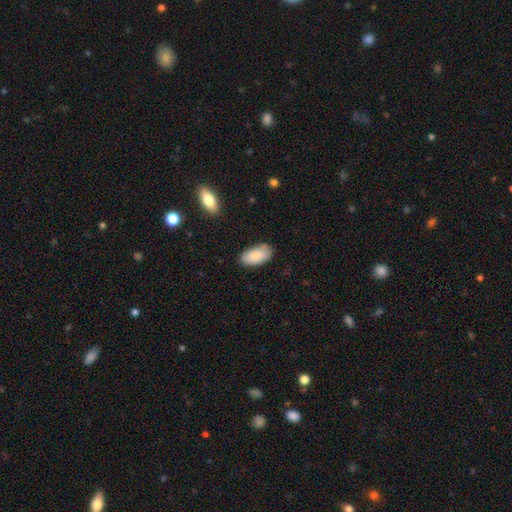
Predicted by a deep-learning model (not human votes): Smooth or featured? Predicted: smooth (p=0.87). How rounded? Predicted: in between (p=0.95). Merging? Predicted: none (p=0.80).